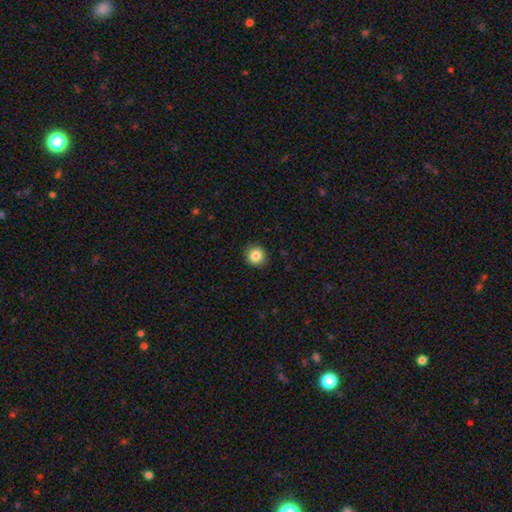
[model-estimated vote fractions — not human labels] A smooth galaxy with no disk features (85%) that is round (91%).

Vote fractions:
- Smooth or featured? smooth: 85% / star or artifact: 10% / featured or disk: 5%
- How rounded? round: 91% / in between: 8% / cigar-shaped: 1%
- Merging? none: 91% / minor disturbance: 6% / major disturbance: 2% / merger: 1%